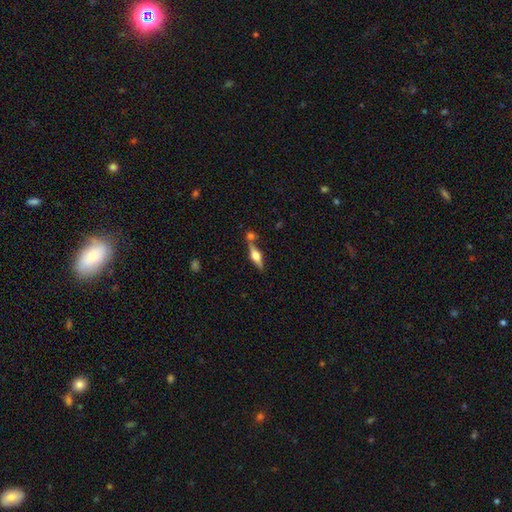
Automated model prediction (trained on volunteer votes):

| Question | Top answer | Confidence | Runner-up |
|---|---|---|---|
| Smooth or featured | featured or disk | 66% | smooth (28%) |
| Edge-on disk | yes | 95% | no (5%) |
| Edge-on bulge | rounded | 94% | boxy (5%) |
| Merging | none | 67% | merger (17%) |